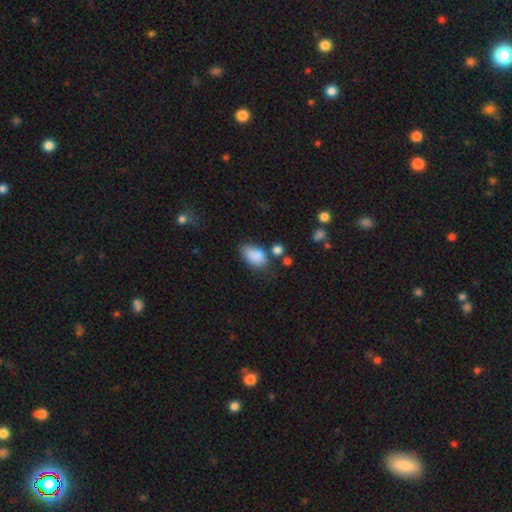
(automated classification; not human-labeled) Smooth or featured?
  - smooth: 84% *
  - star or artifact: 9%
  - featured or disk: 7%
How rounded?
  - in between: 90% *
  - round: 8%
  - cigar-shaped: 2%
Merging?
  - none: 53% *
  - minor disturbance: 29%
  - major disturbance: 9%
  - merger: 9%